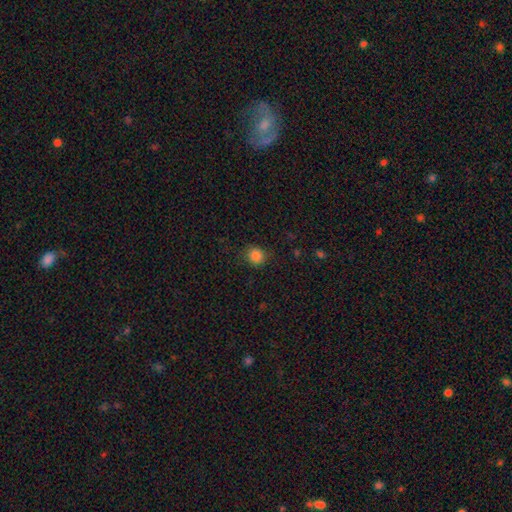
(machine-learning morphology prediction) Smooth or featured: smooth — 86% (star or artifact — 11%)
How rounded: round — 89% (in between — 10%)
Merging: none — 85% (minor disturbance — 10%)